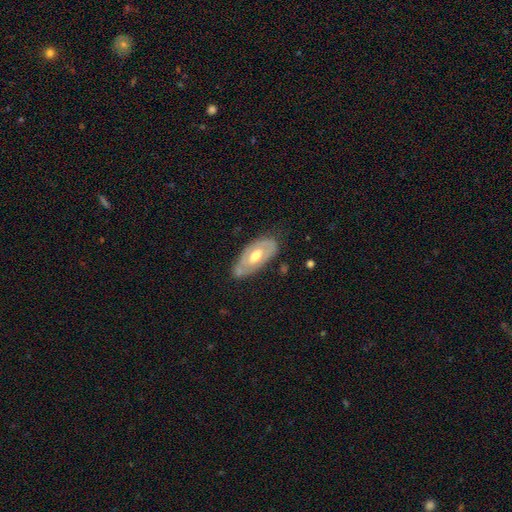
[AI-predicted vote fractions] The model was most divided on "smooth or featured": featured or disk: 60%, smooth: 35%, star or artifact: 5%. More confident: edge-on disk — no (85%); bulge size — moderate (72%); merging — none (66%); bar — no (66%); spiral arms — no (65%).